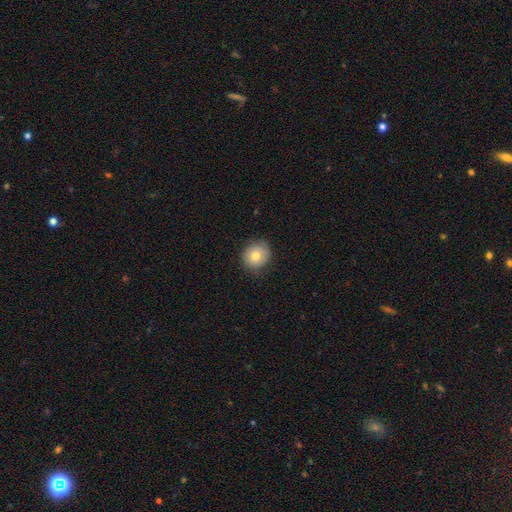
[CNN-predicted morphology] smooth 74%, featured or disk 17%, star or artifact 9%. Down the decision tree: how rounded — round (87%); merging — none (83%).